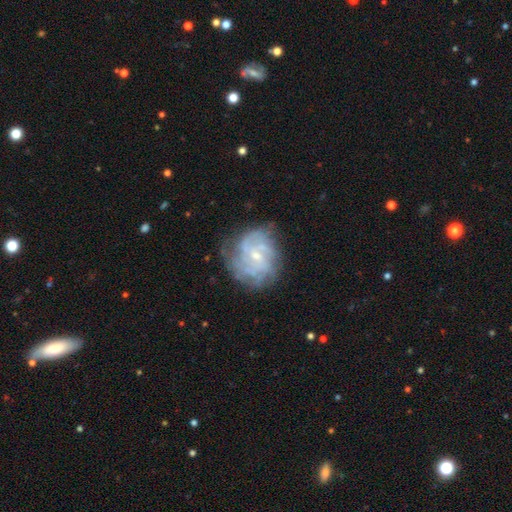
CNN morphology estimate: smooth-or-featured: featured or disk: 78% | smooth: 14% | star or artifact: 8%
  disk-edge-on: no: 98% | yes: 2%
    bar: no: 55% | weak: 39% | strong: 6%
    has-spiral-arms: yes: 90% | no: 10%
      spiral-winding: tight: 57% | medium: 32% | loose: 11%
      spiral-arm-count: can't tell: 43% | 4: 18% | 3: 13% | 2: 10% | more than 4: 10% | 1: 6%
    bulge-size: small: 72% | moderate: 23% | none: 4% | large: 1% | dominant: 1%
  merging: none: 71% | minor disturbance: 19% | major disturbance: 9% | merger: 2%